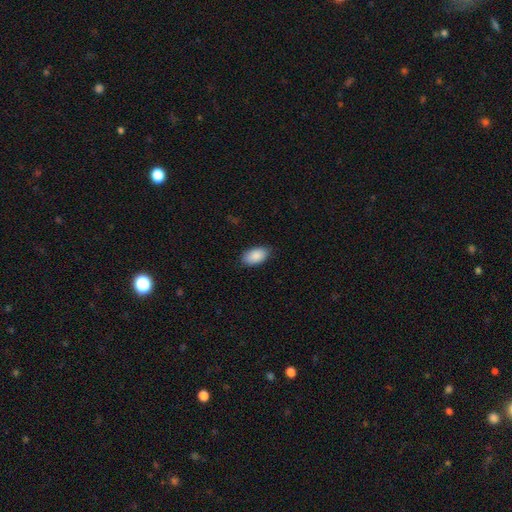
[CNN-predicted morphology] smooth-or-featured: smooth: 90% | star or artifact: 6% | featured or disk: 4%
  how-rounded: in between: 94% | round: 4% | cigar-shaped: 2%
  merging: none: 84% | minor disturbance: 12% | major disturbance: 2% | merger: 1%